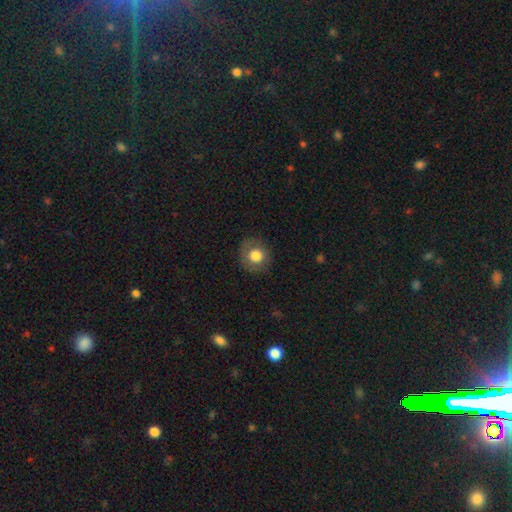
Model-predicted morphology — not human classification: A smooth galaxy with no disk features (77%) that is round (88%). Merging: none (82%).